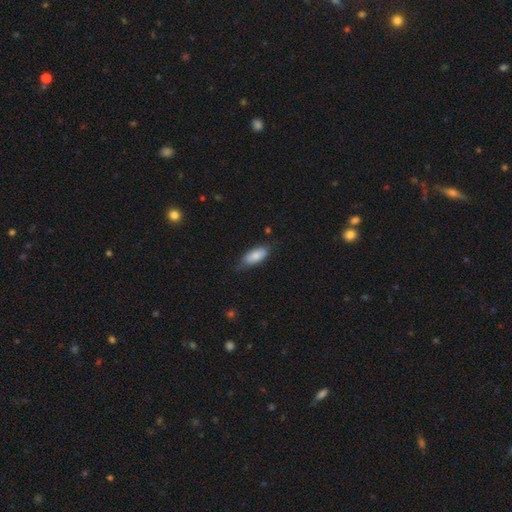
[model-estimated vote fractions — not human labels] A smooth galaxy with no disk features (79%) that is in between round and cigar-shaped (83%).

Vote fractions:
- Smooth or featured? smooth: 79% / featured or disk: 15% / star or artifact: 6%
- How rounded? in between: 83% / cigar-shaped: 15% / round: 2%
- Merging? none: 62% / minor disturbance: 30% / major disturbance: 6% / merger: 2%